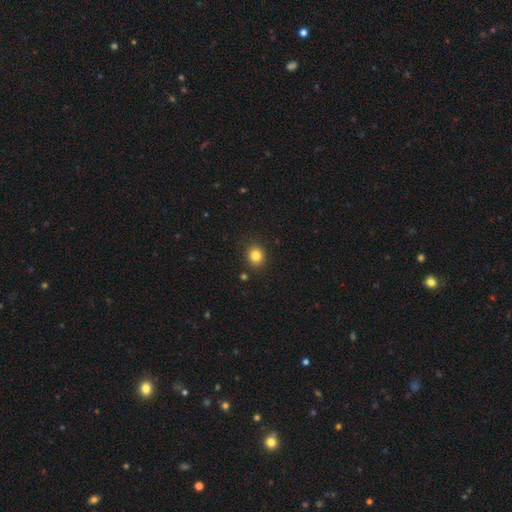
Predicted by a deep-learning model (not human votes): This is clearly a smooth galaxy (83%). How rounded: clearly round (81%). Merging: clearly none (89%).